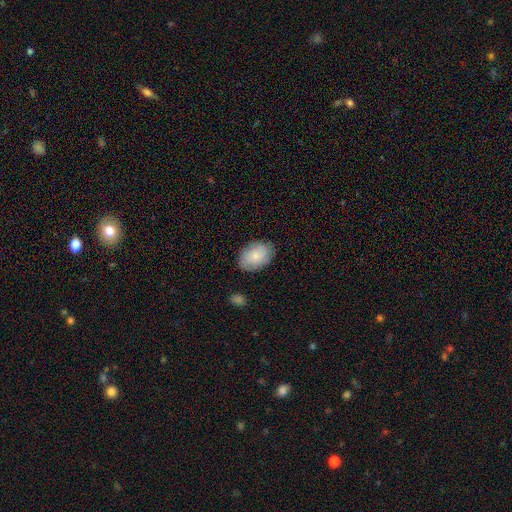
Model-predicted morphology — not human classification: Smooth or featured?
  - smooth: 74% *
  - featured or disk: 19%
  - star or artifact: 7%
How rounded?
  - in between: 83% *
  - round: 16%
  - cigar-shaped: 1%
Merging?
  - none: 81% *
  - minor disturbance: 14%
  - major disturbance: 3%
  - merger: 1%